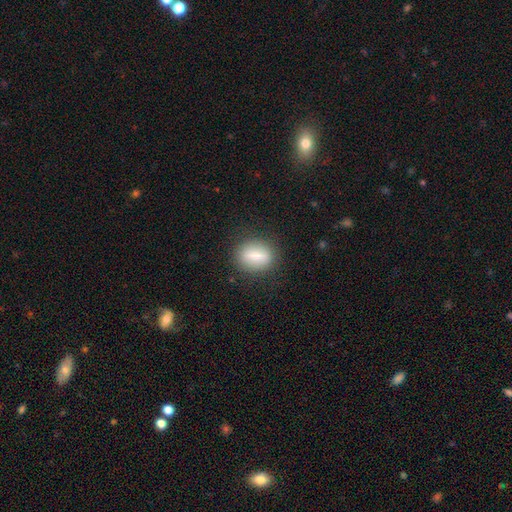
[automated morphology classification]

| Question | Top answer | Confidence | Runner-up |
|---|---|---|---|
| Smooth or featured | smooth | 70% | featured or disk (21%) |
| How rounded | in between | 54% | round (40%) |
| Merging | none | 84% | minor disturbance (11%) |